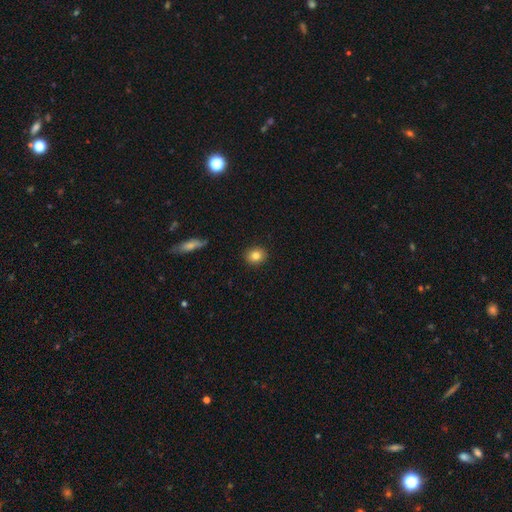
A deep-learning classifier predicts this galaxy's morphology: This is clearly a smooth galaxy (82%). How rounded: likely round (71%). Merging: clearly none (90%).